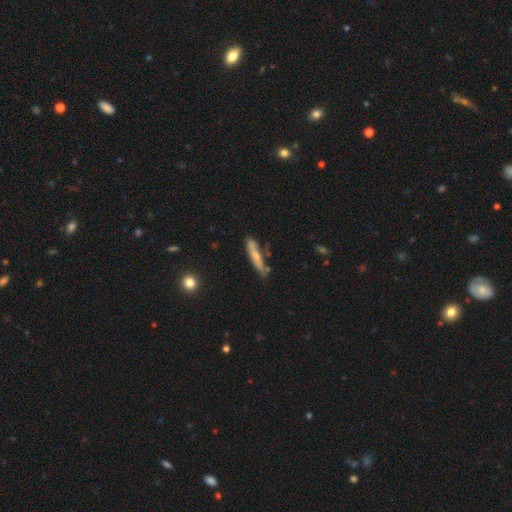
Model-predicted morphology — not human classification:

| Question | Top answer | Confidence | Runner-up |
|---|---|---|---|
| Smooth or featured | smooth | 60% | featured or disk (33%) |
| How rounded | cigar-shaped | 87% | in between (11%) |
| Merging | none | 65% | minor disturbance (24%) |